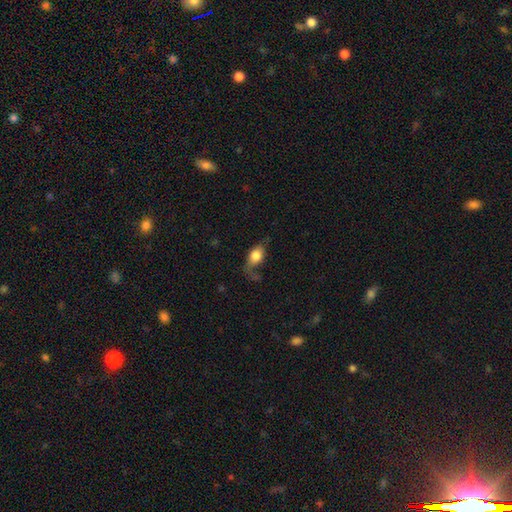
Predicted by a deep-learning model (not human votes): Smooth or featured: smooth — 72% (featured or disk — 21%)
How rounded: in between — 76% (round — 19%)
Merging: none — 41% (minor disturbance — 29%)